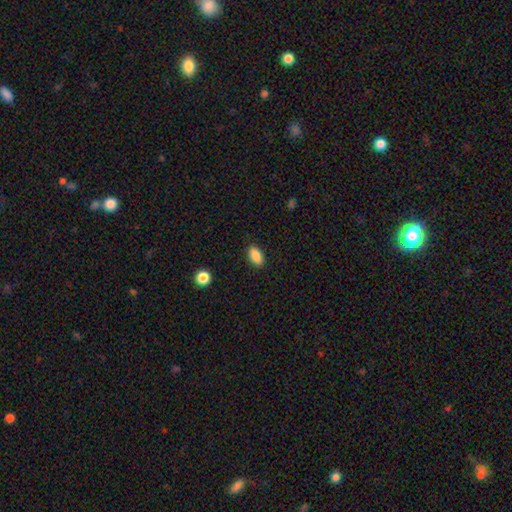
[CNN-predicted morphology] This is clearly a smooth galaxy (88%). How rounded: clearly in between (90%). Merging: clearly none (88%).